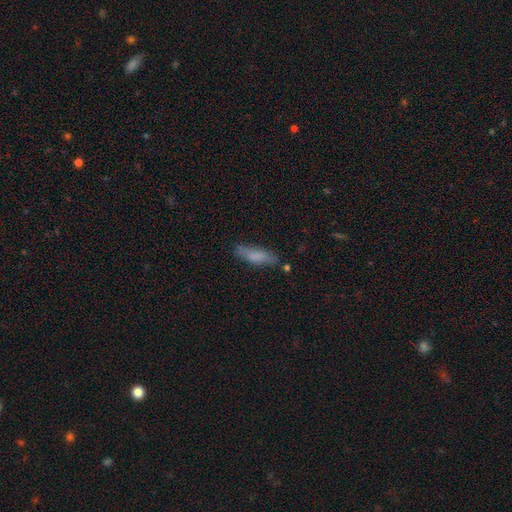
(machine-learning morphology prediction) A smooth galaxy with no disk features (75%) that is cigar-shaped (60%). Merging: none (71%).